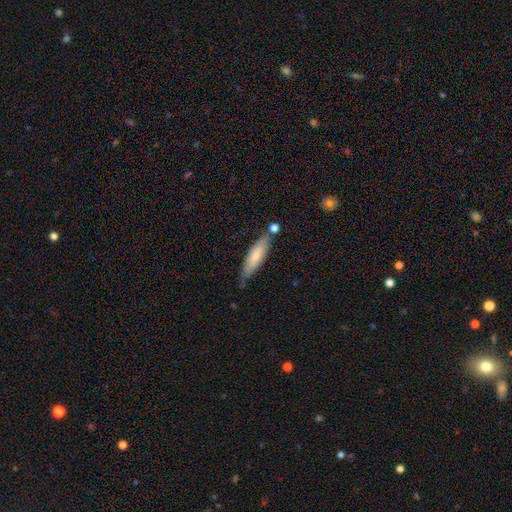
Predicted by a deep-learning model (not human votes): smooth-or-featured: smooth: 71% | featured or disk: 23% | star or artifact: 6%
  how-rounded: cigar-shaped: 68% | in between: 31% | round: 1%
  merging: none: 70% | minor disturbance: 19% | merger: 7% | major disturbance: 3%